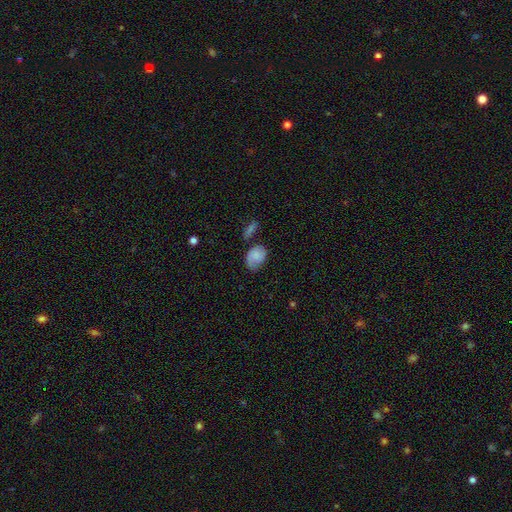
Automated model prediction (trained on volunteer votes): Overall: smooth (73%). How rounded: in between (76%). Merging: none (49%; minor disturbance 31%).